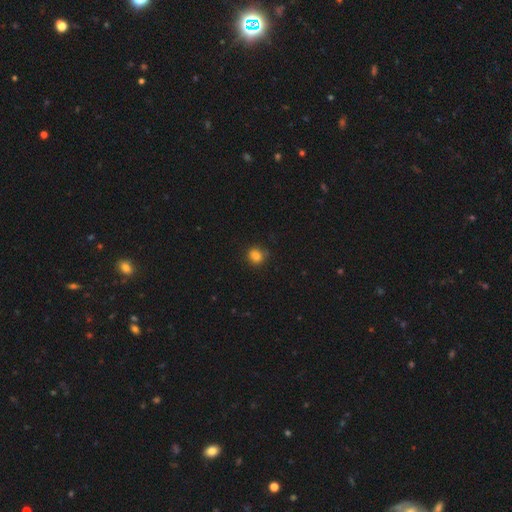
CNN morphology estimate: A smooth galaxy with no disk features (84%) that is round (68%).

Vote fractions:
- Smooth or featured? smooth: 84% / star or artifact: 12% / featured or disk: 5%
- How rounded? round: 68% / in between: 31% / cigar-shaped: 1%
- Merging? none: 74% / minor disturbance: 19% / major disturbance: 5% / merger: 2%